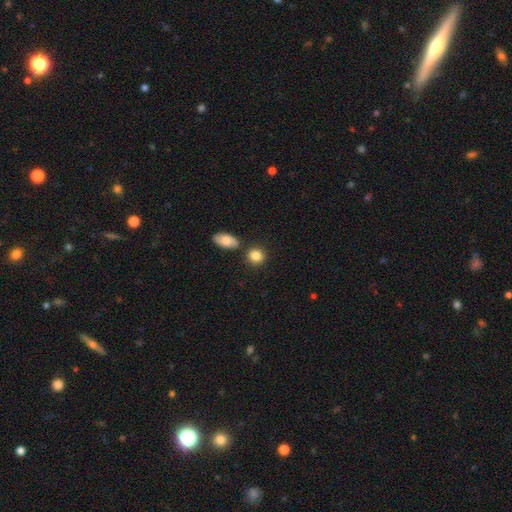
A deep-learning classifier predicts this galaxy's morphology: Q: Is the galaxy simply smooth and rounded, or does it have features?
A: smooth — 85%.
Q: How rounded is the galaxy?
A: round — 71%.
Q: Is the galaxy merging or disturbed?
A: none — 78%.